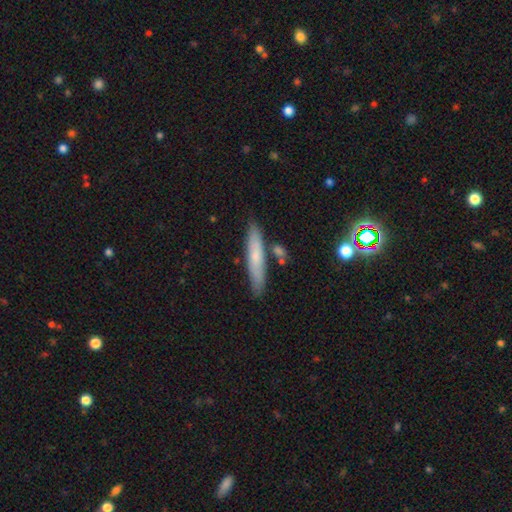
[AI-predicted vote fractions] Smooth or featured? Predicted: smooth (p=0.63). How rounded? Predicted: cigar-shaped (p=0.89). Merging? Predicted: none (p=0.81).